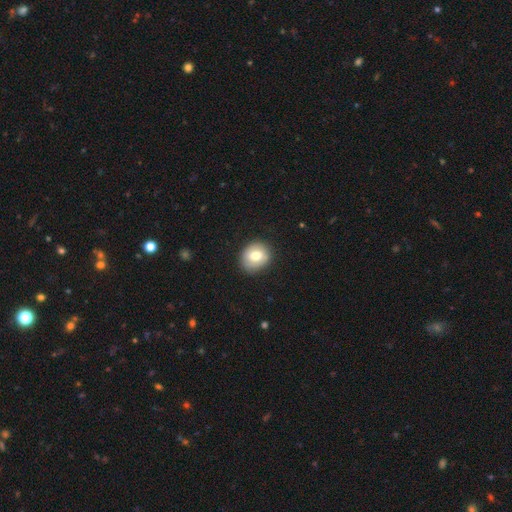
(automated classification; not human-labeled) A smooth galaxy with no disk features (71%) that is round (69%). Merging: none (84%).